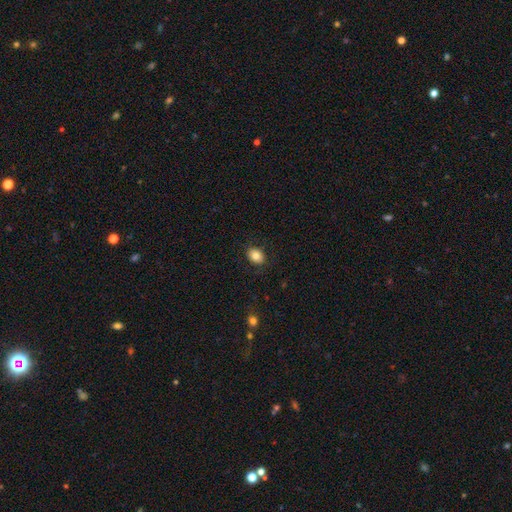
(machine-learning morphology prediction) Smooth or featured: smooth — 83% (star or artifact — 9%)
How rounded: in between — 67% (round — 32%)
Merging: none — 86% (minor disturbance — 10%)